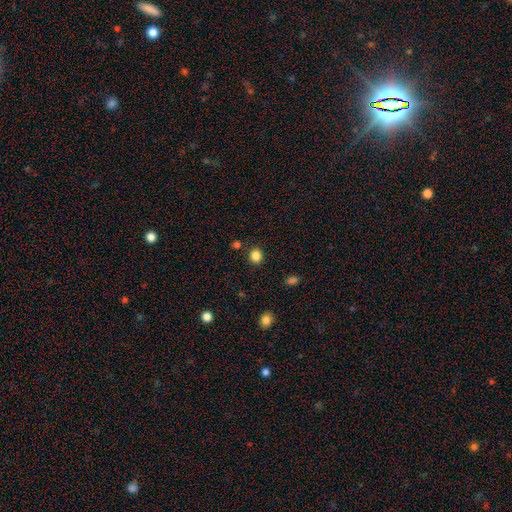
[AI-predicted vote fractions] This appears to be a smooth galaxy with no disk features (84%) that is round (83%). Merging: none (88%).